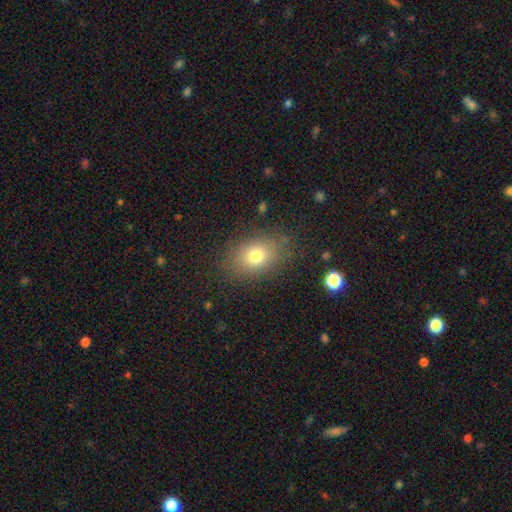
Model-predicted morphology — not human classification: Smooth or featured: smooth — 74% (featured or disk — 14%)
How rounded: in between — 71% (round — 27%)
Merging: none — 82% (minor disturbance — 12%)